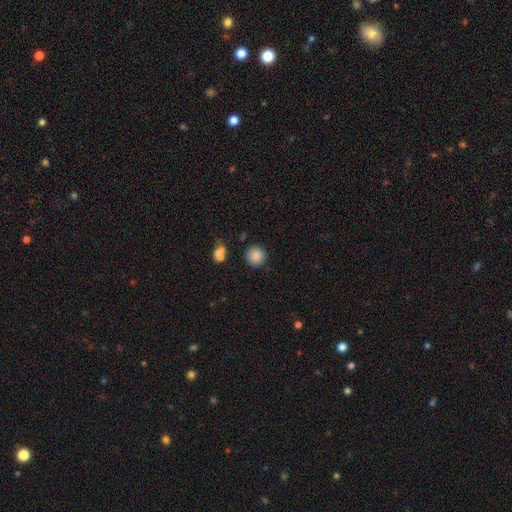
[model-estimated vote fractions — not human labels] smooth_or_featured: smooth (p=0.86) [alt: star or artifact p=0.10]
how_rounded: round (p=0.94) [alt: in between p=0.05]
merging: none (p=0.87) [alt: minor disturbance p=0.07]